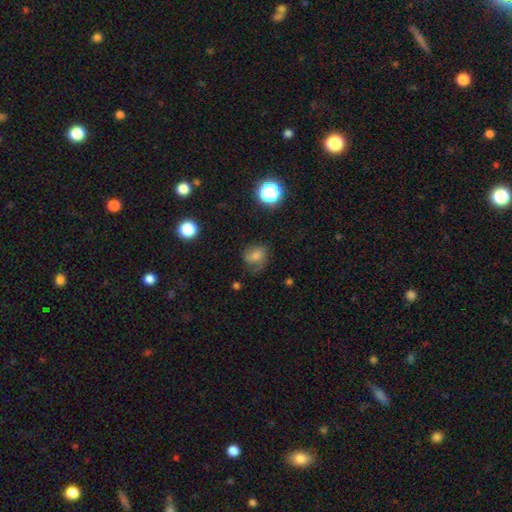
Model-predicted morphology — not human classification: This is possibly a smooth galaxy (60%). How rounded: possibly round (58%). Merging: possibly none (56%).